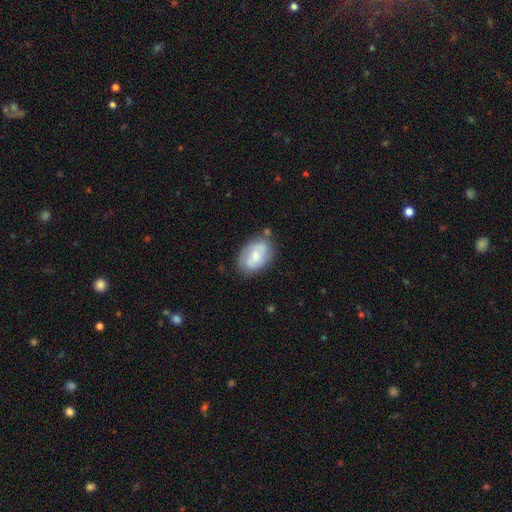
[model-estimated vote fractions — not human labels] A smooth galaxy with no disk features (50%). Merging: none (70%).